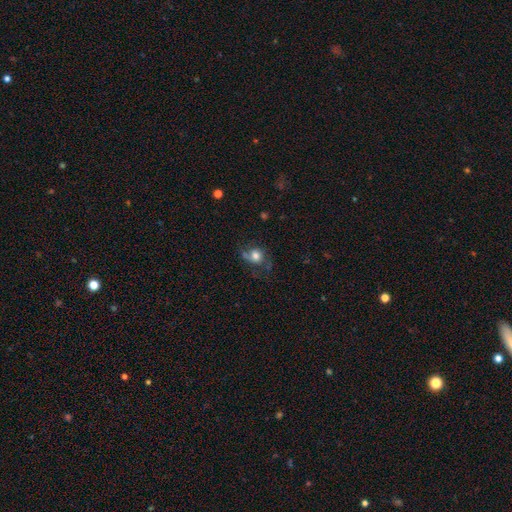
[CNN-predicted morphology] This is possibly a smooth galaxy (56%). How rounded: likely round (70%). Merging: possibly none (48%).